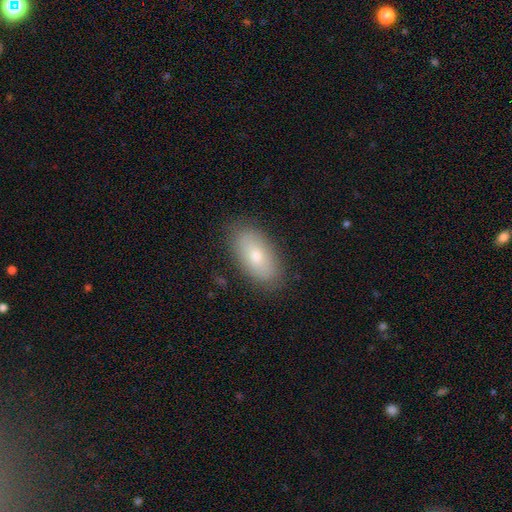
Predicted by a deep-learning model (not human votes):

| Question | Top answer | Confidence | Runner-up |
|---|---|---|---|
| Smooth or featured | smooth | 73% | featured or disk (20%) |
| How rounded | in between | 93% | round (4%) |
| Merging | none | 85% | minor disturbance (11%) |